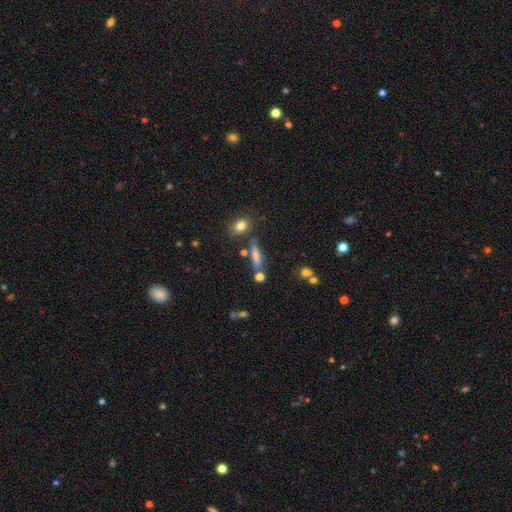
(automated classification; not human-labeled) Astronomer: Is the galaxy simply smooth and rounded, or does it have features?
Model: smooth — 48% (runner-up: featured or disk, 37%).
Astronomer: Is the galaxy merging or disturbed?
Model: none — 74%.